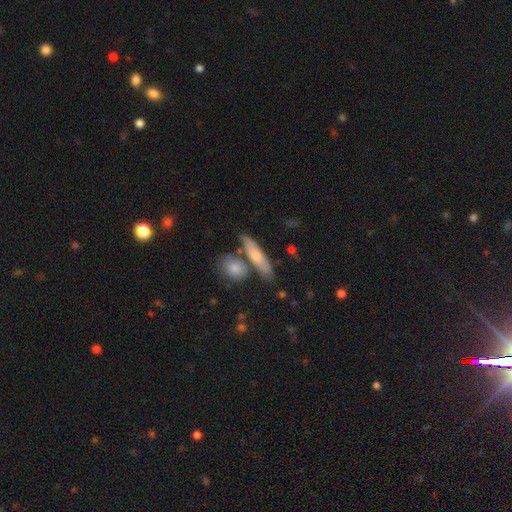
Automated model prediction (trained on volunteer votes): Overall: smooth (66%; featured or disk 28%). How rounded: cigar-shaped (64%; in between 32%). Merging: none (67%).